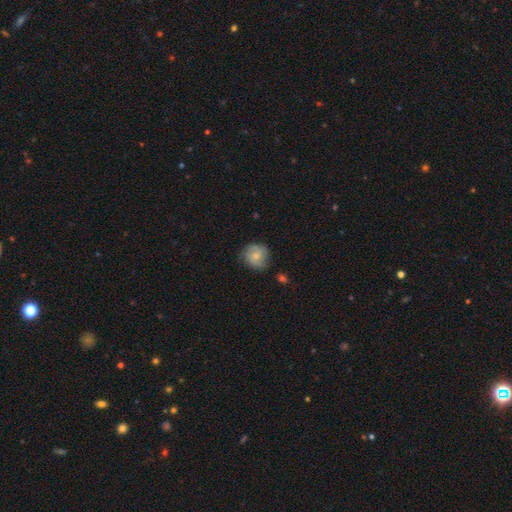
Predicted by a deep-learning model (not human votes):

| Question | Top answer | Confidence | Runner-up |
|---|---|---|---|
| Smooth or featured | smooth | 53% | featured or disk (40%) |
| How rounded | round | 83% | in between (16%) |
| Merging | none | 67% | minor disturbance (25%) |